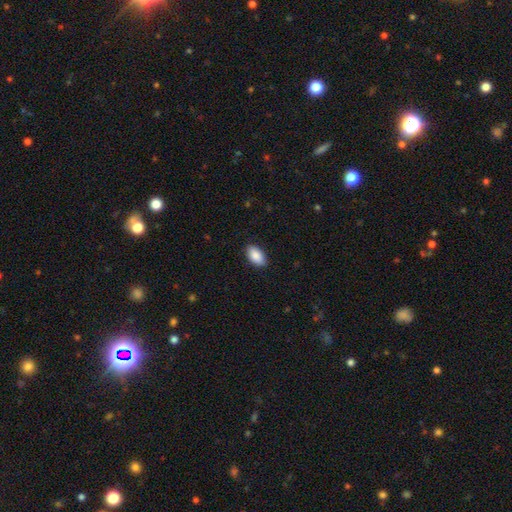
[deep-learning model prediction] This appears to be a smooth galaxy with no disk features (89%) that is in between round and cigar-shaped (94%). Merging: none (88%).